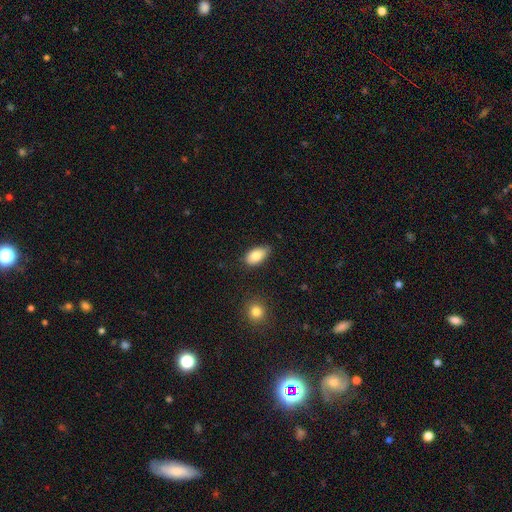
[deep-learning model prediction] Smooth or featured? Predicted: smooth (p=0.81). How rounded? Predicted: in between (p=0.93). Merging? Predicted: none (p=0.75).